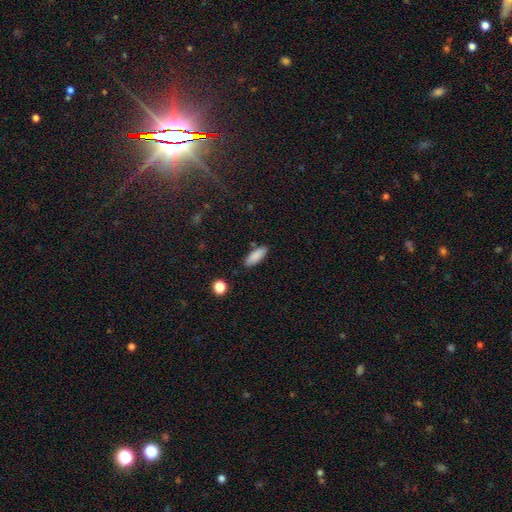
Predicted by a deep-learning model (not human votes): The model was most divided on "how rounded": in between: 67%, cigar-shaped: 30%, round: 2%. More confident: smooth or featured — smooth (87%); merging — none (84%).